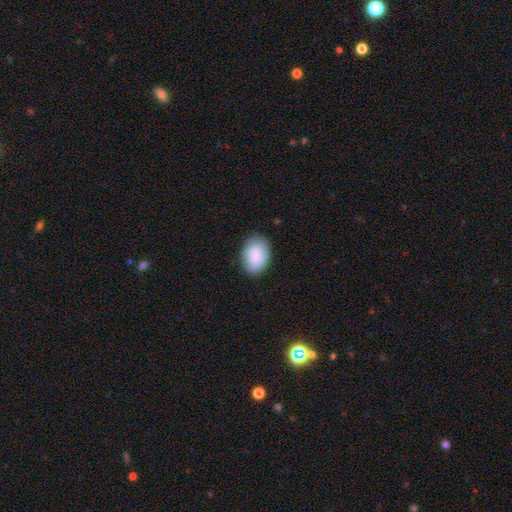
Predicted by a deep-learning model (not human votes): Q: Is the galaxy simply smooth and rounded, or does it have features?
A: smooth — 88%.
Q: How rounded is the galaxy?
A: in between — 82%.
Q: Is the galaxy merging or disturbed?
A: none — 80%.